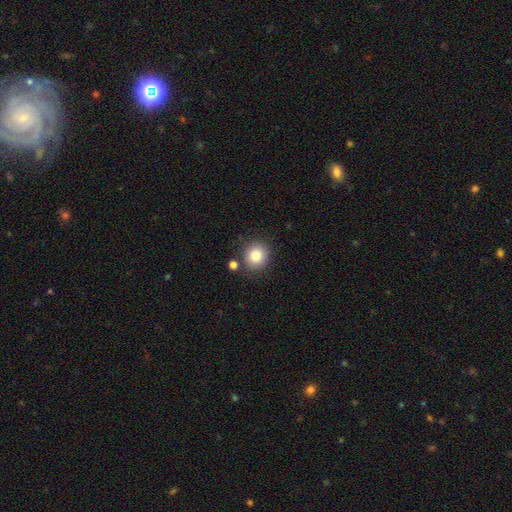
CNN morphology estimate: smooth_or_featured: smooth (p=0.82) [alt: star or artifact p=0.10]
how_rounded: round (p=0.86) [alt: in between p=0.13]
merging: none (p=0.82) [alt: minor disturbance p=0.09]